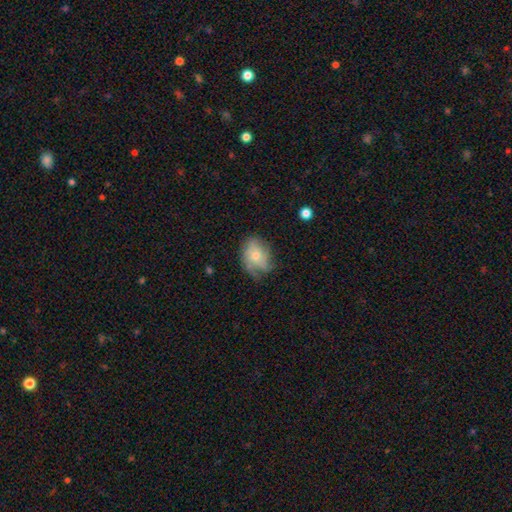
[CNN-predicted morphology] A smooth galaxy with no disk features (53%) that is in between round and cigar-shaped (64%). Merging: none (50%).